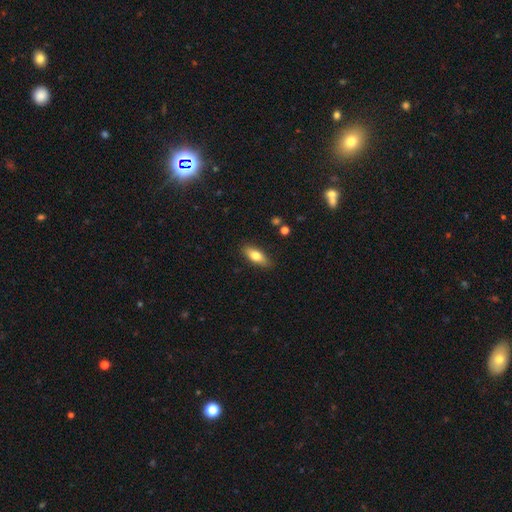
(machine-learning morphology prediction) Smooth or featured: smooth — 73% (featured or disk — 21%)
How rounded: in between — 71% (cigar-shaped — 25%)
Merging: none — 86% (minor disturbance — 10%)